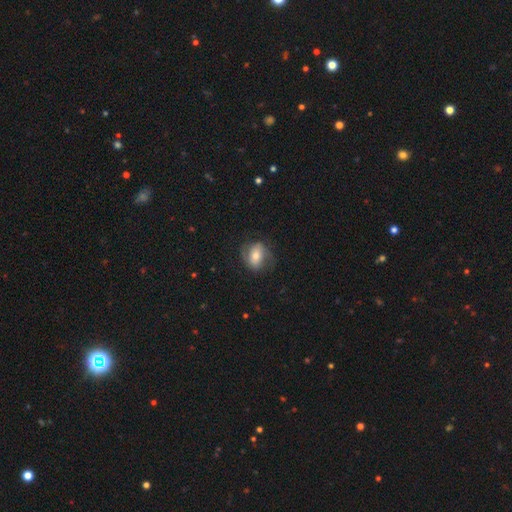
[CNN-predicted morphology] smooth-or-featured: featured or disk: 50% | smooth: 42% | star or artifact: 8%
  disk-edge-on: no: 95% | yes: 5%
  merging: none: 68% | minor disturbance: 19% | major disturbance: 11% | merger: 1%